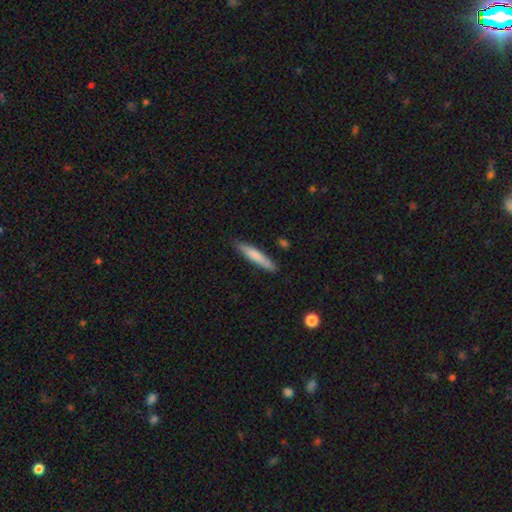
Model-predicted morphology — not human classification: smooth-or-featured: smooth: 74% | featured or disk: 20% | star or artifact: 6%
  how-rounded: cigar-shaped: 91% | in between: 8% | round: 1%
  merging: none: 85% | minor disturbance: 12% | major disturbance: 2% | merger: 2%